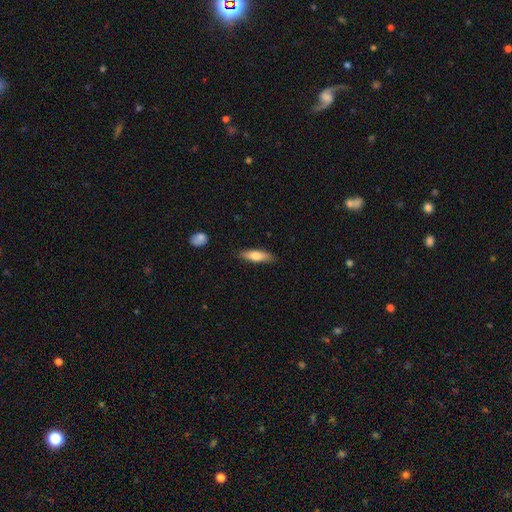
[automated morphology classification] This appears to be a smooth galaxy with no disk features (69%) that is cigar-shaped (62%). Merging: none (85%).